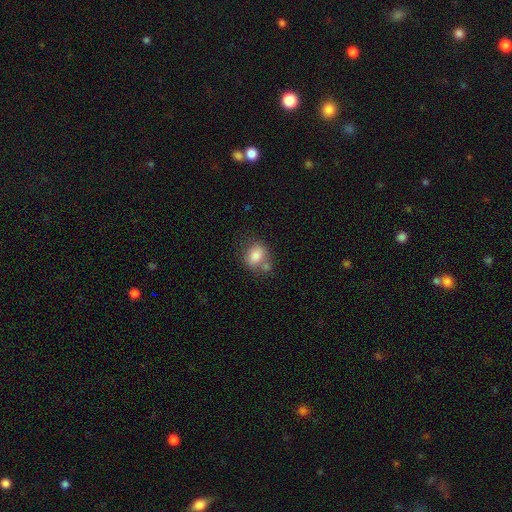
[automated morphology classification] smooth_or_featured: smooth (p=0.80) [alt: featured or disk p=0.11]
how_rounded: in between (p=0.51) [alt: round p=0.47]
merging: none (p=0.52) [alt: merger p=0.25]